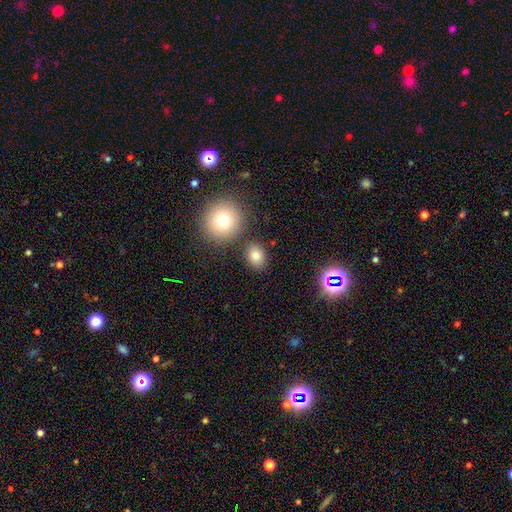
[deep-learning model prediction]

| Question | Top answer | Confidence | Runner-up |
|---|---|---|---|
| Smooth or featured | smooth | 80% | star or artifact (12%) |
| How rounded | in between | 51% | round (47%) |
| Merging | none | 79% | minor disturbance (10%) |